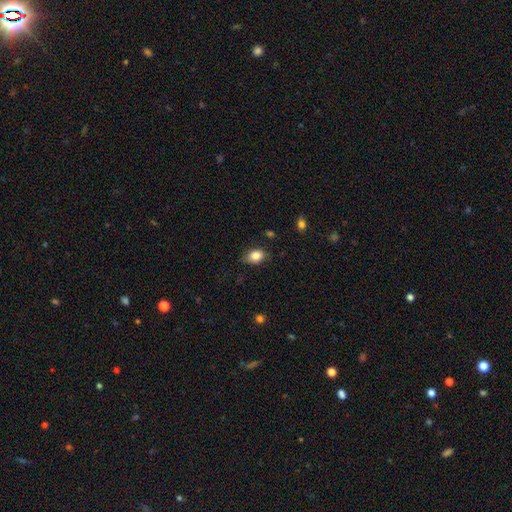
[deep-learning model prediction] Overall: smooth (84%). How rounded: in between (77%). Merging: none (73%).